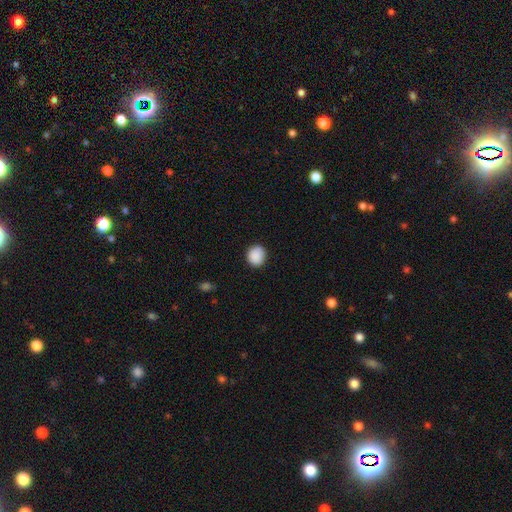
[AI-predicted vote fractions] This is clearly a smooth galaxy (90%). How rounded: likely round (77%). Merging: clearly none (89%).